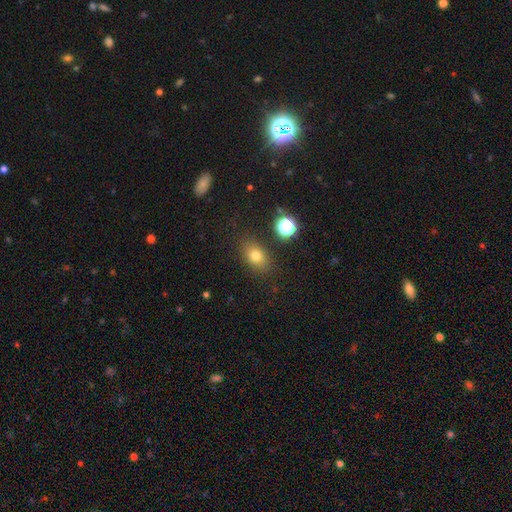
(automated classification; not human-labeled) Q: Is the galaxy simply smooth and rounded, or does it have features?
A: smooth — 75%.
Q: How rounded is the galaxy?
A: in between — 71%.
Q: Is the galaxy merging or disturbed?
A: none — 83%.